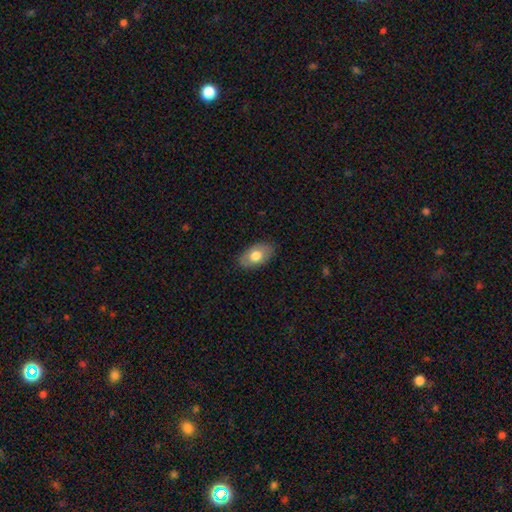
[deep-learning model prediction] Q: Smooth or featured?
A: smooth (70%); runner-up: featured or disk (24%)
Q: How rounded?
A: in between (92%); runner-up: round (7%)
Q: Merging?
A: none (85%); runner-up: minor disturbance (12%)